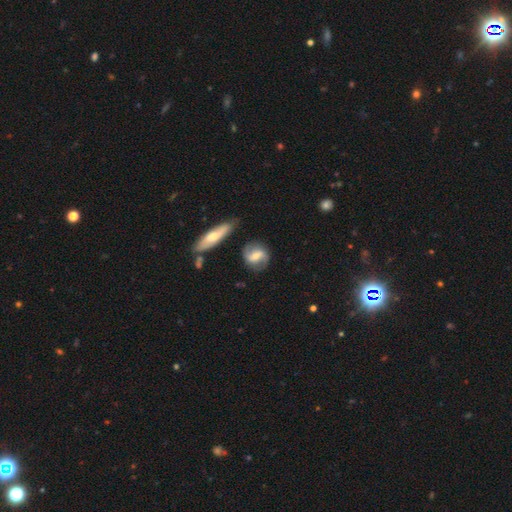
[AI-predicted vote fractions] Smooth or featured?
  - featured or disk: 61% *
  - smooth: 32%
  - star or artifact: 6%
Edge-on disk?
  - no: 93% *
  - yes: 7%
Bar?
  - weak: 47% *
  - strong: 32%
  - no: 21%
Spiral arms?
  - yes: 86% *
  - no: 14%
Bulge size?
  - moderate: 52% *
  - small: 35%
  - large: 6%
  - none: 6%
  - dominant: 1%
Merging?
  - none: 78% *
  - minor disturbance: 14%
  - major disturbance: 4%
  - merger: 4%